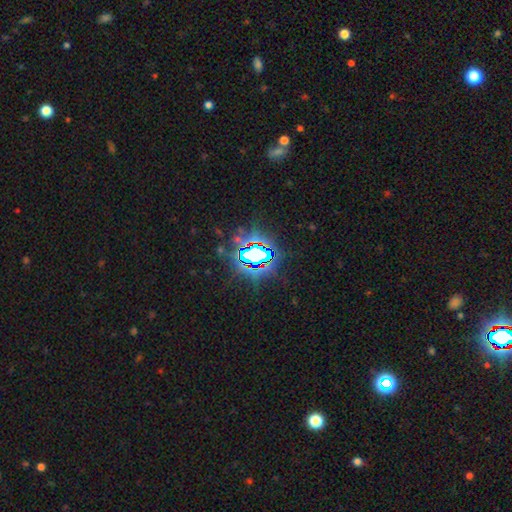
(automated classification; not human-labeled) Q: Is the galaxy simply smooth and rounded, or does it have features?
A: star or artifact — 75%.